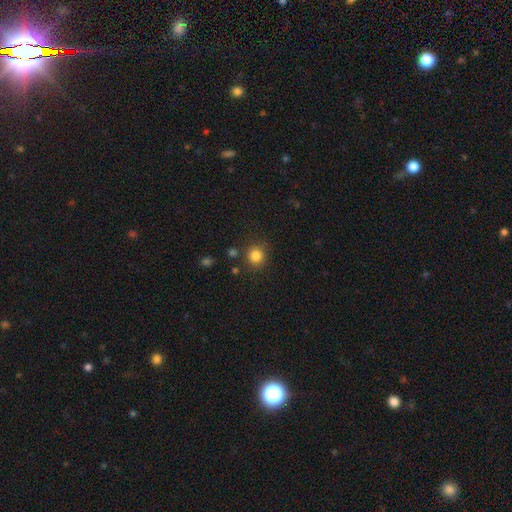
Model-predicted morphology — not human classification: Overall: smooth (84%). How rounded: round (91%). Merging: none (84%).